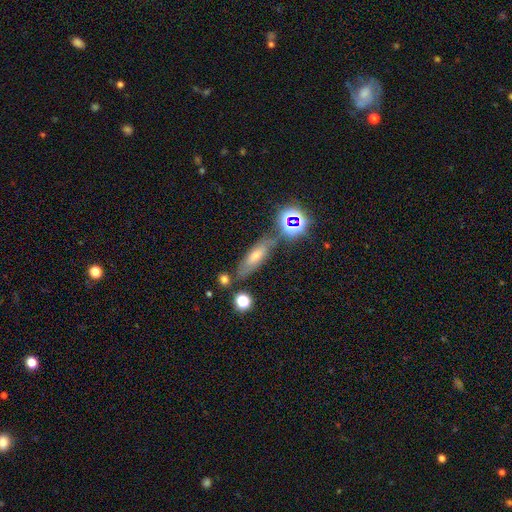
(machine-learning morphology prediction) Smooth or featured? smooth (42%)
Merging? none (72%)